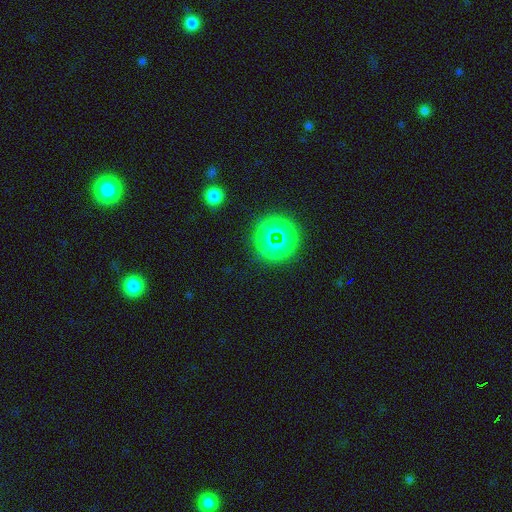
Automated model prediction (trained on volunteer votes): smooth_or_featured: star or artifact (p=0.73) [alt: smooth p=0.18]